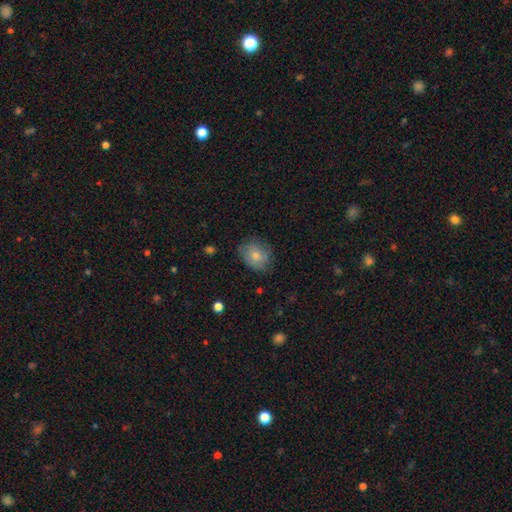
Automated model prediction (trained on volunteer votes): This appears to be a smooth galaxy with no disk features (78%) that is round (60%). Merging: none (71%).